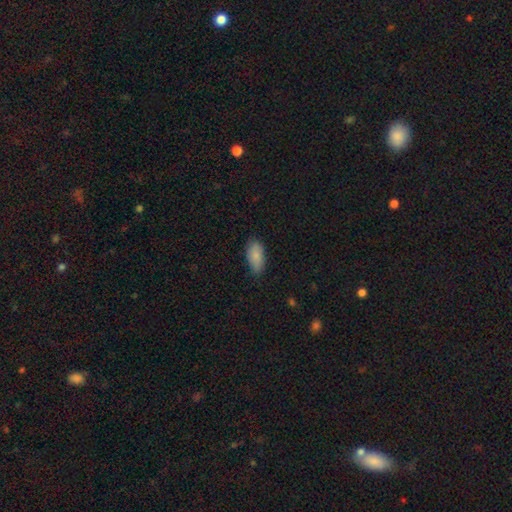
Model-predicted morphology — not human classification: The model was most divided on "merging": none: 78%, minor disturbance: 18%, major disturbance: 3%, merger: 1%. More confident: how rounded — in between (90%); smooth or featured — smooth (86%).